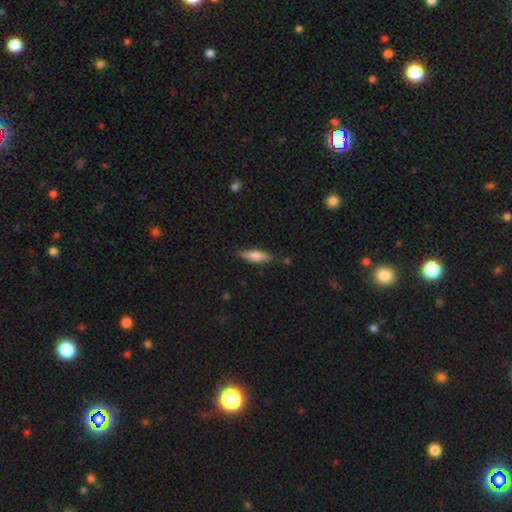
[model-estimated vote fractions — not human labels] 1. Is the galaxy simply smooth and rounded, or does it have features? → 73% smooth, 20% featured or disk, 6% star or artifact.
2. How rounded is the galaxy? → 56% cigar-shaped, 42% in between, 2% round.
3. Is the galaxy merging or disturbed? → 83% none, 13% minor disturbance, 3% major disturbance, 2% merger.